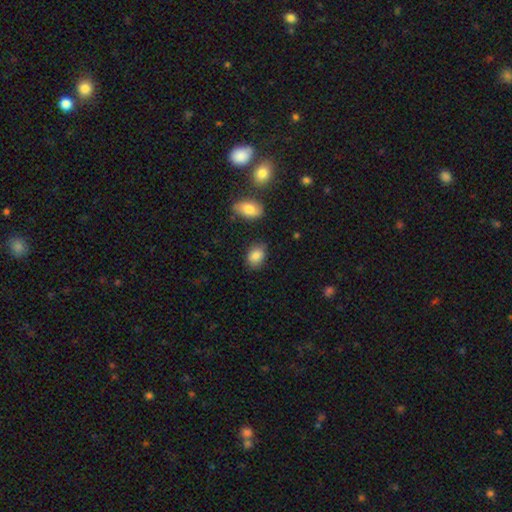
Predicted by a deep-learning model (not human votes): This is clearly a smooth galaxy (86%). How rounded: likely in between (73%). Merging: likely none (79%).